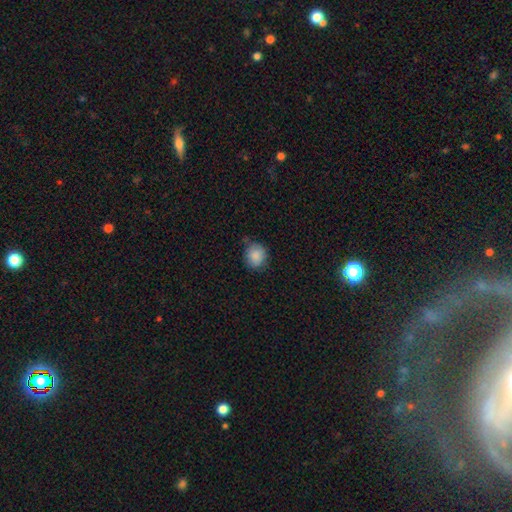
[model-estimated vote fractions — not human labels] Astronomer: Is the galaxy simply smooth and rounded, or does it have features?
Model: smooth — 86%.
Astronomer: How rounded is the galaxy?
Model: round — 75%.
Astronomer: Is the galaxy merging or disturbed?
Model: none — 68%.